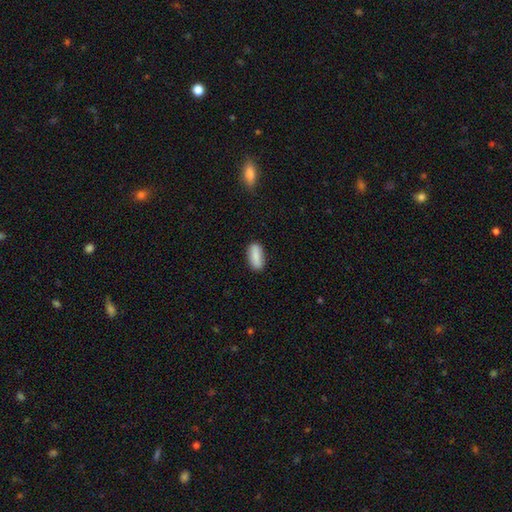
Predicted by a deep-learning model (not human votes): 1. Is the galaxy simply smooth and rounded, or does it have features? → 86% smooth, 7% featured or disk, 7% star or artifact.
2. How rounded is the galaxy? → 79% in between, 18% cigar-shaped, 3% round.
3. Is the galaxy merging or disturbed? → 85% none, 11% minor disturbance, 2% major disturbance, 2% merger.